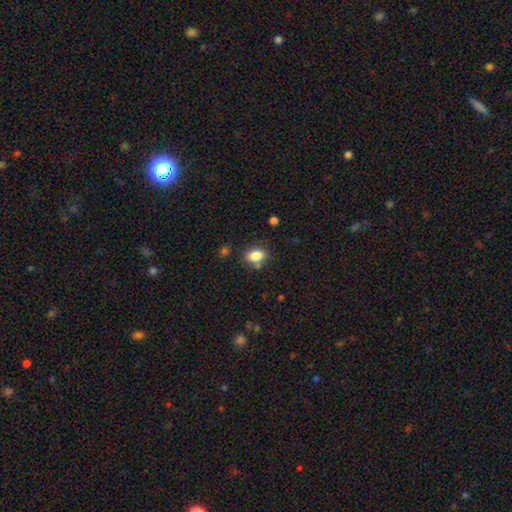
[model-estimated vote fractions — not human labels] This is clearly a smooth galaxy (84%). How rounded: likely in between (78%). Merging: likely none (77%).